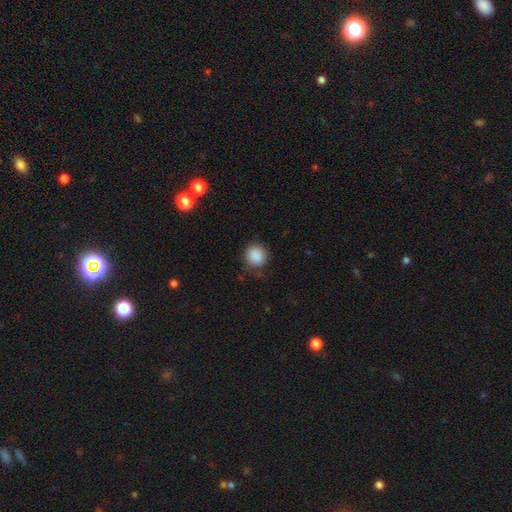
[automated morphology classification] This is clearly a smooth galaxy (88%). How rounded: clearly round (86%). Merging: likely none (76%).